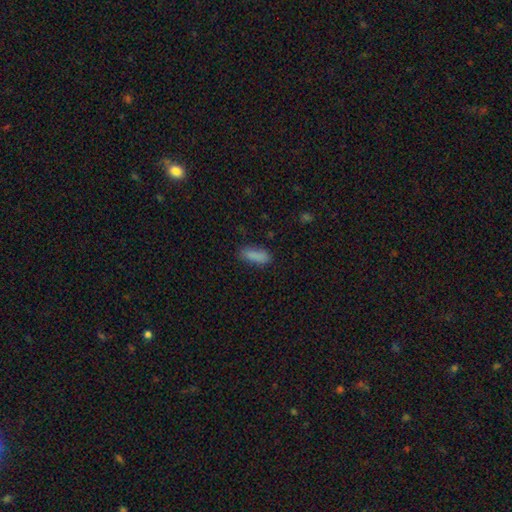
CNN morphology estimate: smooth 86%, star or artifact 9%, featured or disk 5%. Down the decision tree: how rounded — in between (66%); merging — none (79%).